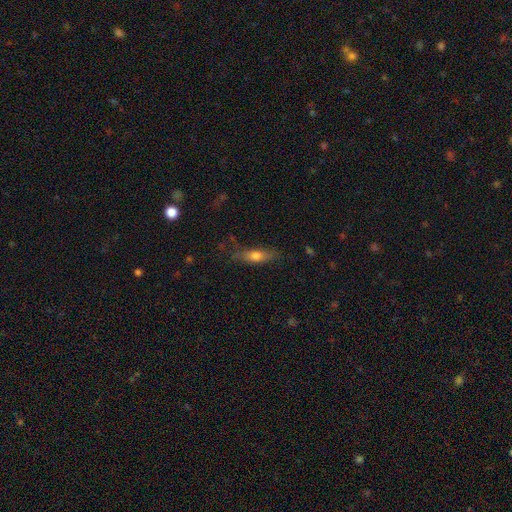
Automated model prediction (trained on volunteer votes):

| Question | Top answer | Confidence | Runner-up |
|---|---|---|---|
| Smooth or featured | smooth | 67% | featured or disk (25%) |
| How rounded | in between | 53% | cigar-shaped (44%) |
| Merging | none | 71% | minor disturbance (21%) |